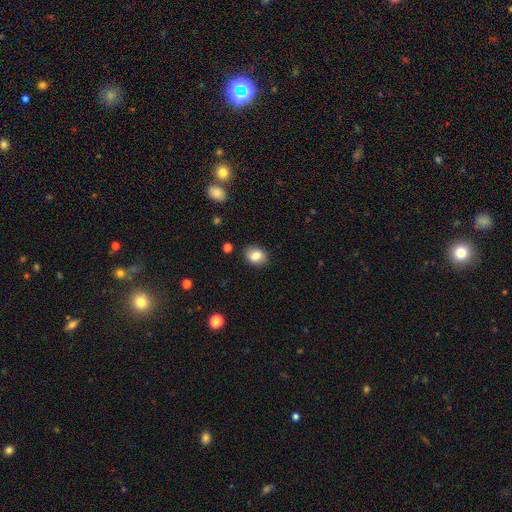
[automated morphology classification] Overall: smooth (82%). How rounded: in between (57%; round 42%). Merging: none (86%).